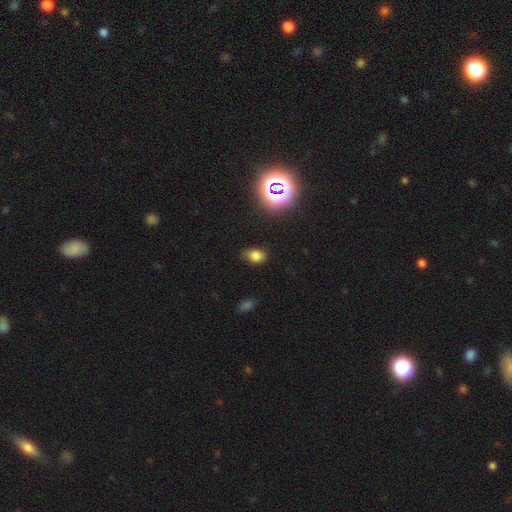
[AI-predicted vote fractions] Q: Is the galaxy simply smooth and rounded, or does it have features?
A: smooth — 75%.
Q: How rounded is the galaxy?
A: in between — 80%.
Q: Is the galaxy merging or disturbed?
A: none — 73%.